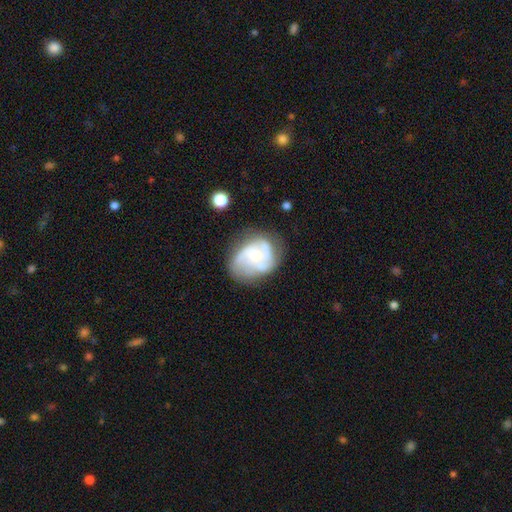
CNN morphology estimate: type=featured or disk (72%); edge-on=no (98%); bar=no (76%); spiral arms=yes (76%); winding=medium (45%); arm count=3 (34%); bulge=small (47%); merging=none (50%).